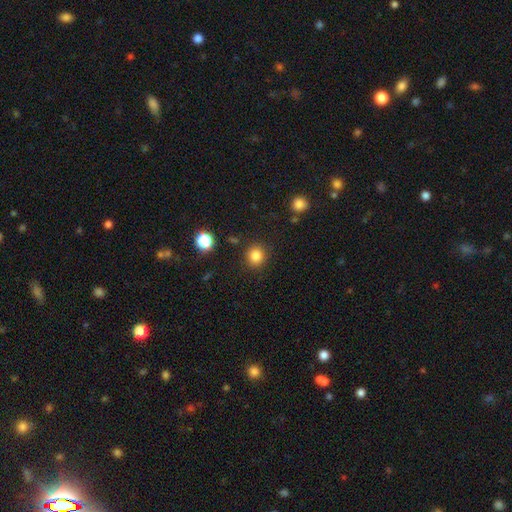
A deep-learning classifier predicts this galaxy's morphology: smooth-or-featured: smooth: 83% | star or artifact: 12% | featured or disk: 4%
  how-rounded: round: 89% | in between: 10% | cigar-shaped: 1%
  merging: none: 88% | minor disturbance: 7% | major disturbance: 3% | merger: 2%